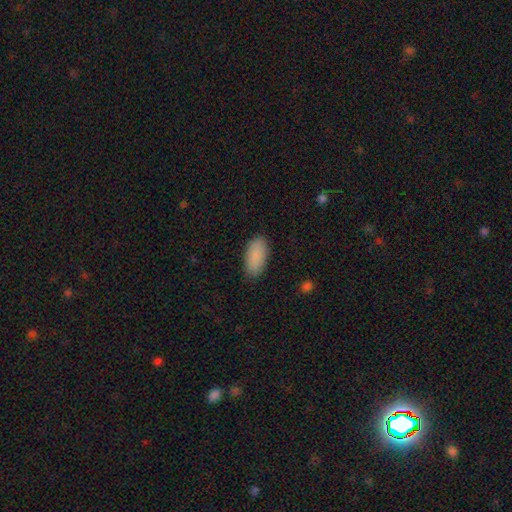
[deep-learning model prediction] Smooth or featured? smooth (89%)
How rounded? in between (91%)
Merging? none (87%)